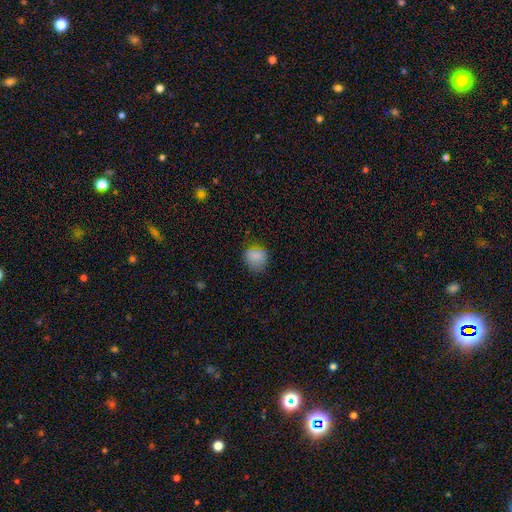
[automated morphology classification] Smooth or featured? smooth (85%)
How rounded? round (76%)
Merging? none (72%)